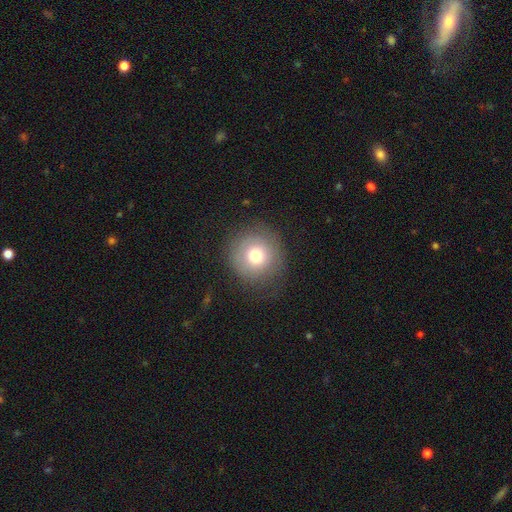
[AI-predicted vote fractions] Morphology: type=smooth (70%); roundness=round (93%); merging=none (77%).